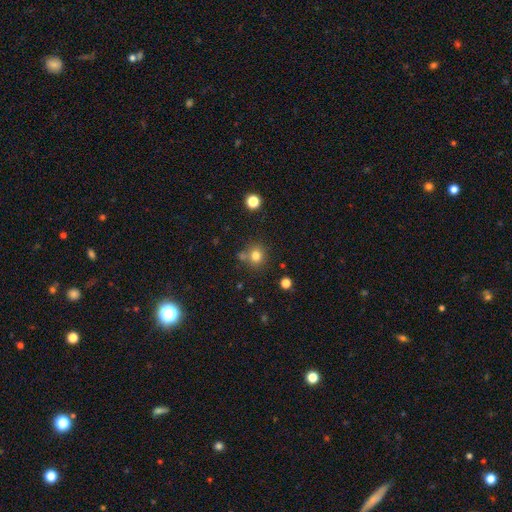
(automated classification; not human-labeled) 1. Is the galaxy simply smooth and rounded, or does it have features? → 79% smooth, 14% star or artifact, 7% featured or disk.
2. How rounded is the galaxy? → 85% round, 14% in between, 1% cigar-shaped.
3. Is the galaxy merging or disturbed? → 72% none, 13% merger, 11% minor disturbance, 4% major disturbance.